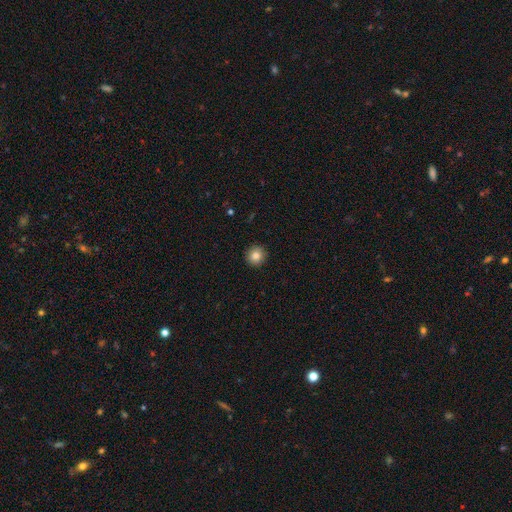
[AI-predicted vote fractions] Smooth or featured?
  - smooth: 83% *
  - star or artifact: 10%
  - featured or disk: 7%
How rounded?
  - round: 95% *
  - in between: 4%
  - cigar-shaped: 1%
Merging?
  - none: 93% *
  - minor disturbance: 5%
  - major disturbance: 1%
  - merger: 1%